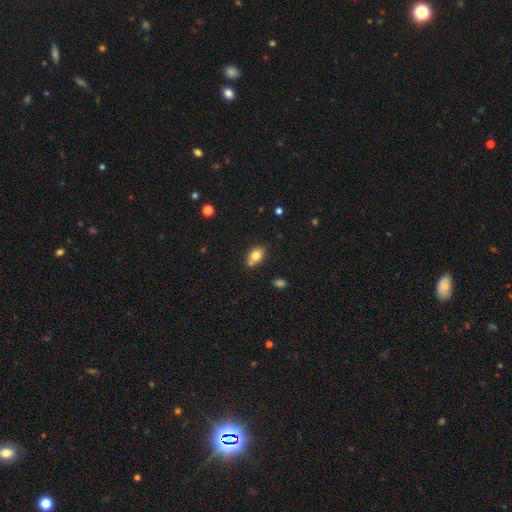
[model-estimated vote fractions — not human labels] Q: Smooth or featured?
A: smooth (78%); runner-up: featured or disk (12%)
Q: How rounded?
A: in between (77%); runner-up: round (21%)
Q: Merging?
A: none (65%); runner-up: minor disturbance (17%)